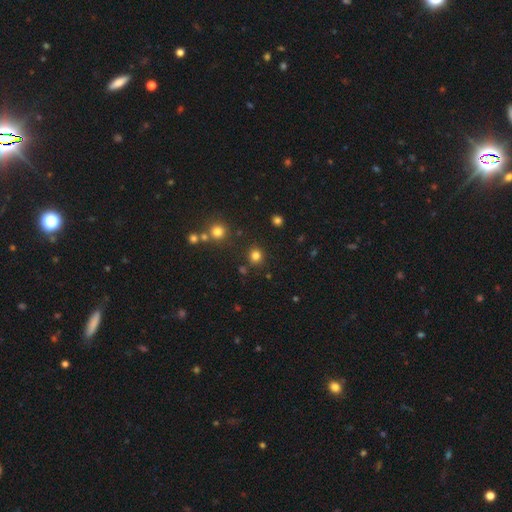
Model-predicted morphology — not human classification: This appears to be a smooth galaxy with no disk features (79%) that is round (86%). Merging: none (85%).